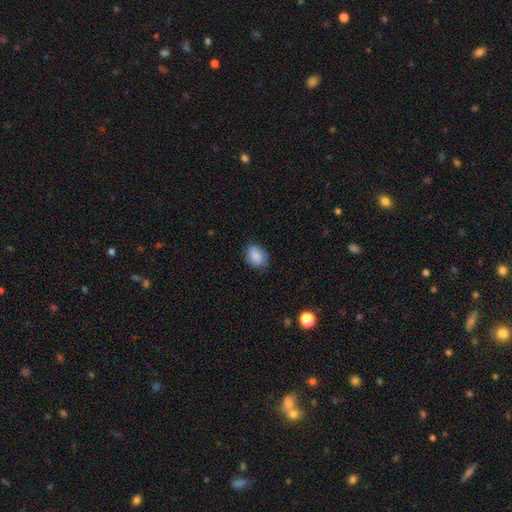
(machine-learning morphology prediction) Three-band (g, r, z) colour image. It shows a smooth galaxy with no disk features (85%) that is in between round and cigar-shaped (72%). Merging: none (76%).